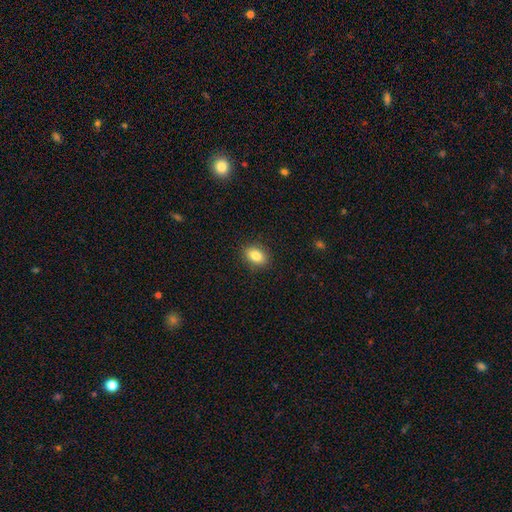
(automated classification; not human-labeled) smooth-or-featured: smooth: 84% | star or artifact: 9% | featured or disk: 8%
  how-rounded: in between: 77% | round: 21% | cigar-shaped: 2%
  merging: none: 89% | minor disturbance: 8% | major disturbance: 2% | merger: 1%